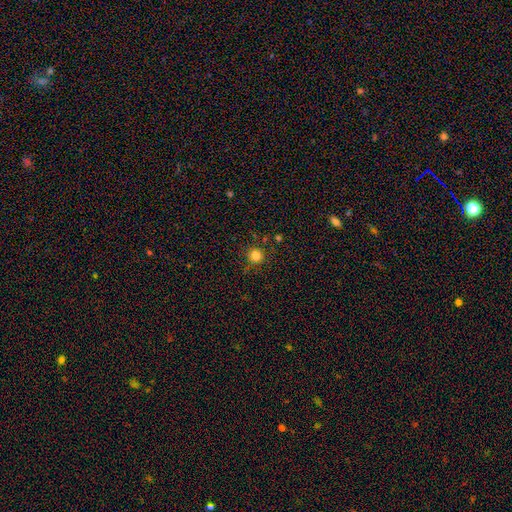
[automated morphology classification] smooth_or_featured: smooth (p=0.82) [alt: star or artifact p=0.13]
how_rounded: round (p=0.95) [alt: in between p=0.04]
merging: none (p=0.86) [alt: minor disturbance p=0.09]